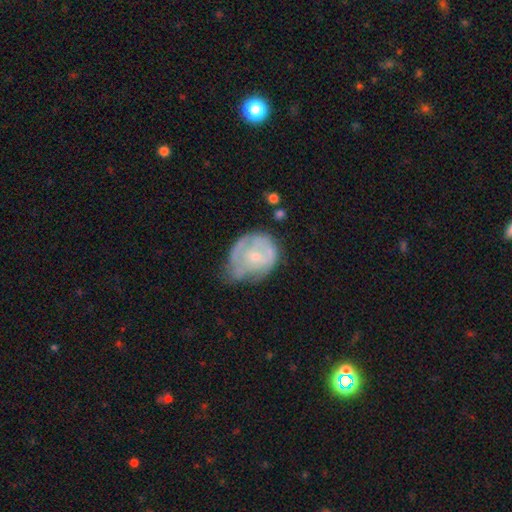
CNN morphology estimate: The model was most divided on "spiral arms" (2-way tie): no: 50%, yes: 50%. Remaining: edge-on disk — no (97%); bar — no (78%); bulge size — small (60%); smooth or featured — featured or disk (55%); merging — minor disturbance (38%).